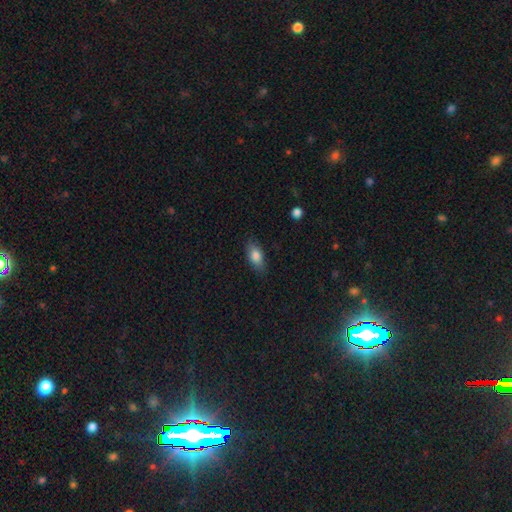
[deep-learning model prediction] smooth 81%, featured or disk 12%, star or artifact 8%. Down the decision tree: how rounded — in between (87%); merging — none (83%).